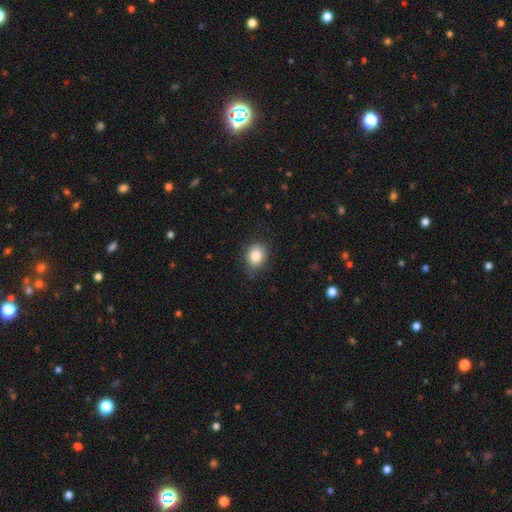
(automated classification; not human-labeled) Overall: smooth (85%). How rounded: round (51%; in between 48%). Merging: none (78%).